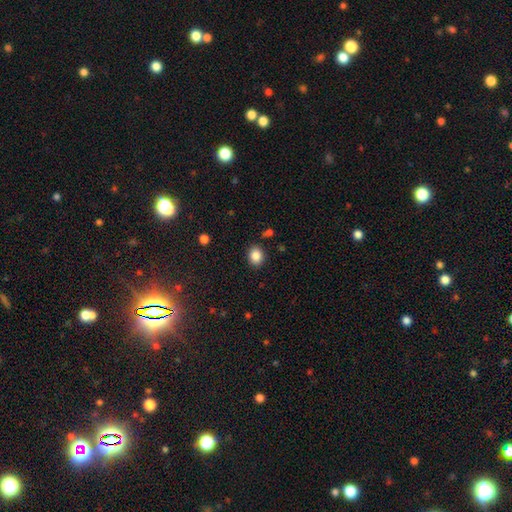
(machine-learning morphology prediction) Smooth or featured? smooth (86%)
How rounded? round (50%)
Merging? none (87%)